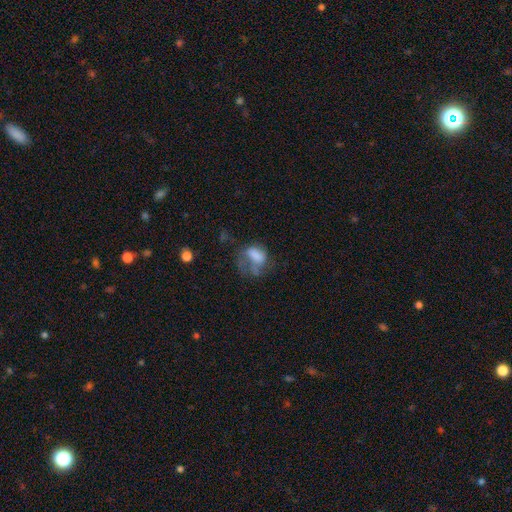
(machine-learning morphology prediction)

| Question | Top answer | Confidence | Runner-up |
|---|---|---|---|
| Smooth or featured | smooth | 54% | featured or disk (34%) |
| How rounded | in between | 75% | round (23%) |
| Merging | major disturbance | 47% | none (25%) |